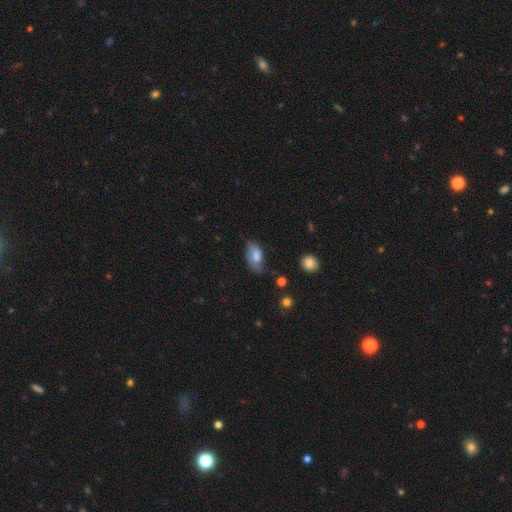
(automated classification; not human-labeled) Q: Smooth or featured?
A: smooth (71%); runner-up: featured or disk (21%)
Q: How rounded?
A: in between (92%); runner-up: round (5%)
Q: Merging?
A: none (48%); runner-up: minor disturbance (37%)